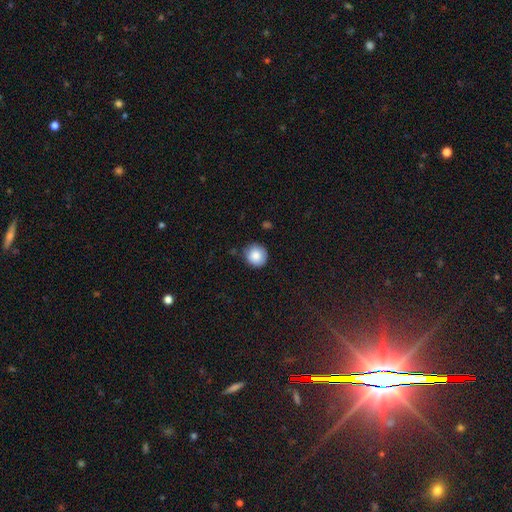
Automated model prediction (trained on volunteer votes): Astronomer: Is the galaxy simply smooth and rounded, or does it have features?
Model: smooth — 86%.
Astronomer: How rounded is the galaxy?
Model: round — 92%.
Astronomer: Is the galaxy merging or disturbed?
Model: none — 83%.